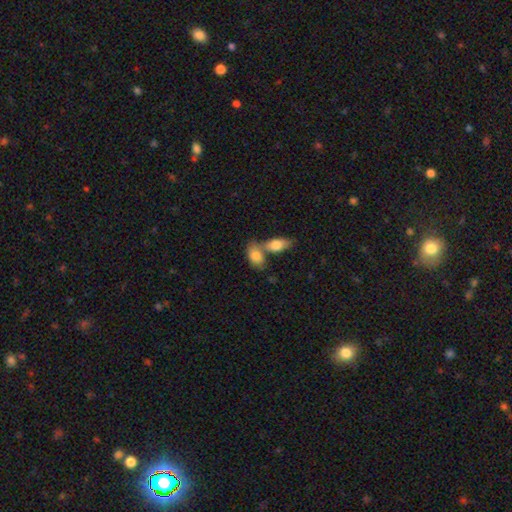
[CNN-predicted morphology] The model was most divided on "merging": merger: 54%, none: 32%, minor disturbance: 10%, major disturbance: 4%. More confident: how rounded — in between (88%); smooth or featured — smooth (81%).